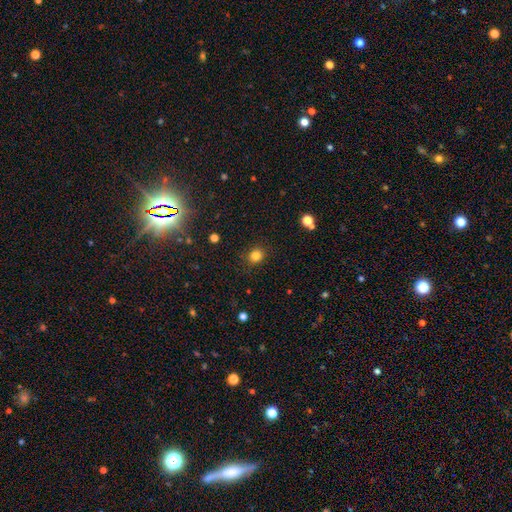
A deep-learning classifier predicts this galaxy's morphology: smooth-or-featured: smooth: 82% | star or artifact: 13% | featured or disk: 5%
  how-rounded: round: 78% | in between: 21% | cigar-shaped: 1%
  merging: none: 88% | minor disturbance: 8% | major disturbance: 3% | merger: 1%